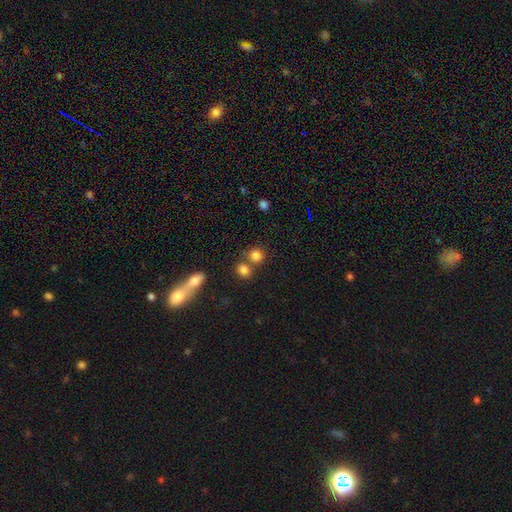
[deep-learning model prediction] Smooth or featured: smooth — 81% (star or artifact — 12%)
How rounded: round — 80% (in between — 19%)
Merging: none — 54% (merger — 33%)